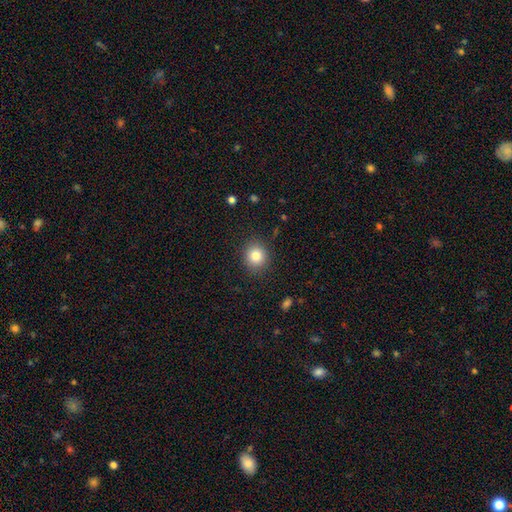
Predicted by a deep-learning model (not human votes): A smooth galaxy with no disk features (81%) that is round (83%).

Vote fractions:
- Smooth or featured? smooth: 81% / star or artifact: 11% / featured or disk: 8%
- How rounded? round: 83% / in between: 16% / cigar-shaped: 1%
- Merging? none: 88% / minor disturbance: 8% / major disturbance: 3% / merger: 1%